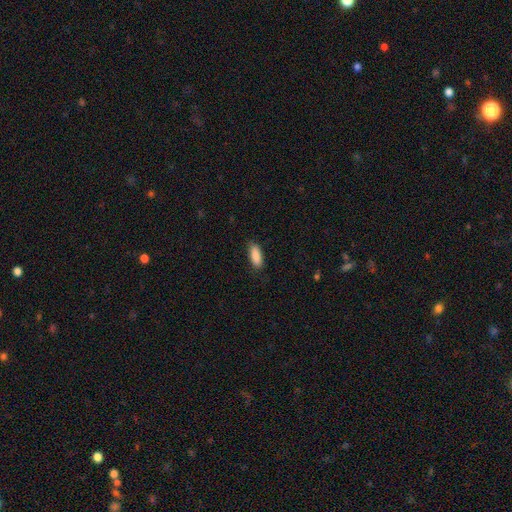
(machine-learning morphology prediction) smooth 89%, star or artifact 6%, featured or disk 5%. Down the decision tree: how rounded — in between (78%); merging — none (84%).